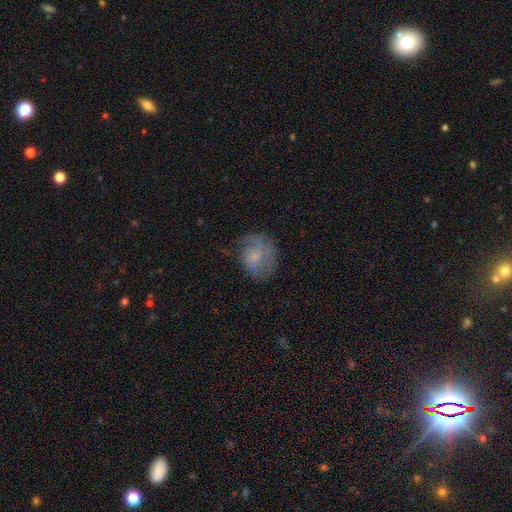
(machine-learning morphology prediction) Smooth or featured: featured or disk — 51% (smooth — 39%)
Edge-on disk: no — 98% (yes — 2%)
Bar: no — 72% (weak — 25%)
Spiral arms: yes — 77% (no — 23%)
Bulge size: small — 63% (moderate — 19%)
Merging: none — 55% (minor disturbance — 26%)